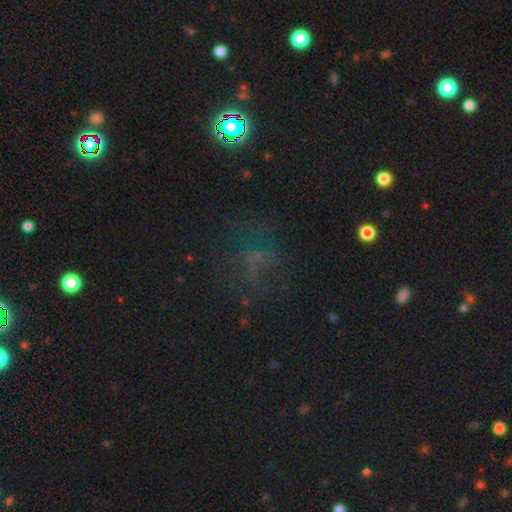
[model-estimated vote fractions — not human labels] Q: Smooth or featured?
A: star or artifact (43%); runner-up: smooth (29%)